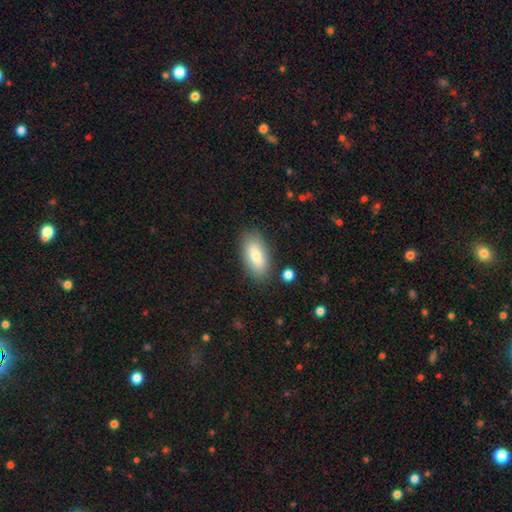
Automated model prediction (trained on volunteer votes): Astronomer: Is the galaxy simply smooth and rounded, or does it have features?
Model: smooth — 77%.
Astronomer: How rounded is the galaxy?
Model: in between — 90%.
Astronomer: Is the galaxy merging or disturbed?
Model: none — 84%.